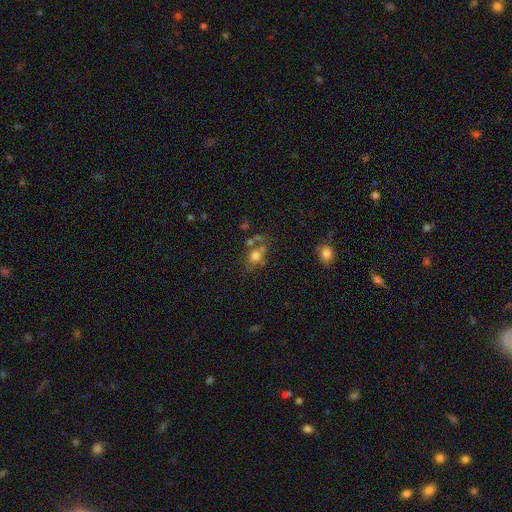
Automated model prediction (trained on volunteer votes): Morphology: type=smooth (69%); roundness=round (54%); merging=none (48%).